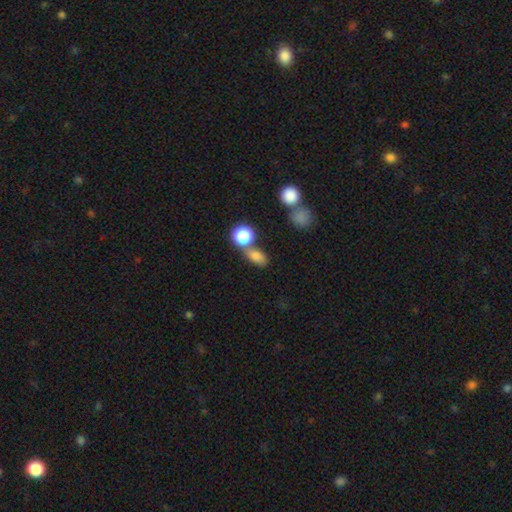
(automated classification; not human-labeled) Q: Smooth or featured?
A: smooth (80%); runner-up: star or artifact (13%)
Q: How rounded?
A: in between (70%); runner-up: round (26%)
Q: Merging?
A: none (50%); runner-up: merger (31%)